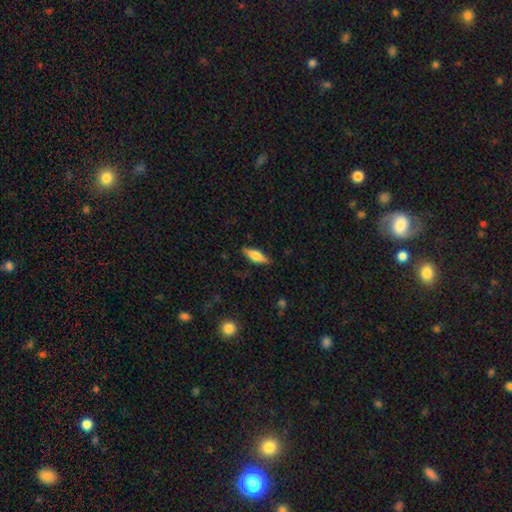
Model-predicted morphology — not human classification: smooth-or-featured: smooth: 62% | featured or disk: 31% | star or artifact: 7%
  how-rounded: in between: 56% | cigar-shaped: 41% | round: 3%
  merging: none: 84% | minor disturbance: 12% | major disturbance: 3% | merger: 1%